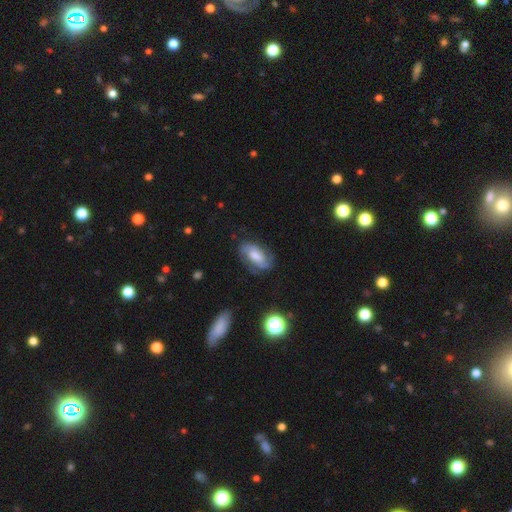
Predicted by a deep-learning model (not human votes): Q: Smooth or featured?
A: featured or disk (61%); runner-up: smooth (31%)
Q: Edge-on disk?
A: no (95%); runner-up: yes (5%)
Q: Bar?
A: no (47%); runner-up: weak (40%)
Q: Spiral arms?
A: yes (89%); runner-up: no (11%)
Q: Spiral winding?
A: medium (44%); runner-up: tight (36%)
Q: Spiral arm count?
A: 2 (67%); runner-up: can't tell (19%)
Q: Bulge size?
A: moderate (36%); runner-up: large (25%)
Q: Merging?
A: none (68%); runner-up: minor disturbance (21%)